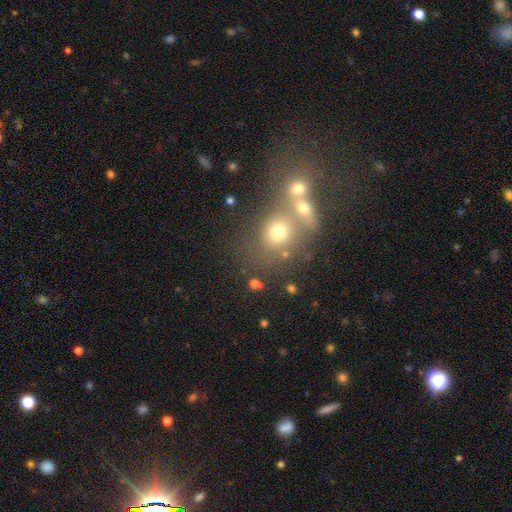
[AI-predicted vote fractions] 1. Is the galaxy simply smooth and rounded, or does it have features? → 47% smooth, 33% star or artifact, 19% featured or disk.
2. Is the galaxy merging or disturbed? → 56% merger, 32% none, 7% minor disturbance, 5% major disturbance.